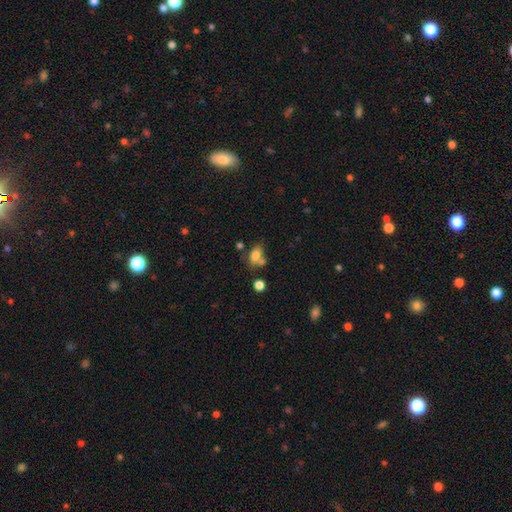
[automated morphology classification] The model was most divided on "merging": none: 48%, merger: 29%, minor disturbance: 16%, major disturbance: 7%. More confident: how rounded — in between (82%); smooth or featured — smooth (76%).